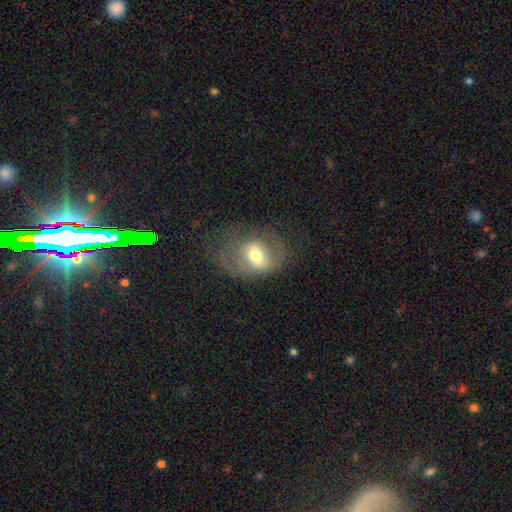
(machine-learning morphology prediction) The model was most divided on "smooth or featured": featured or disk: 48%, smooth: 43%, star or artifact: 9%. More confident: merging — none (56%).